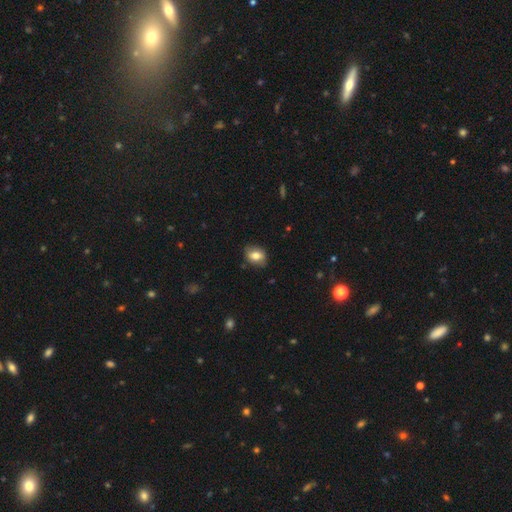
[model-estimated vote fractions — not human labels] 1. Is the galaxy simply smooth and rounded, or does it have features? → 73% smooth, 19% featured or disk, 8% star or artifact.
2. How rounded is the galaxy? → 71% in between, 27% round, 2% cigar-shaped.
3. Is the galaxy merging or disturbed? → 80% none, 15% minor disturbance, 3% major disturbance, 1% merger.